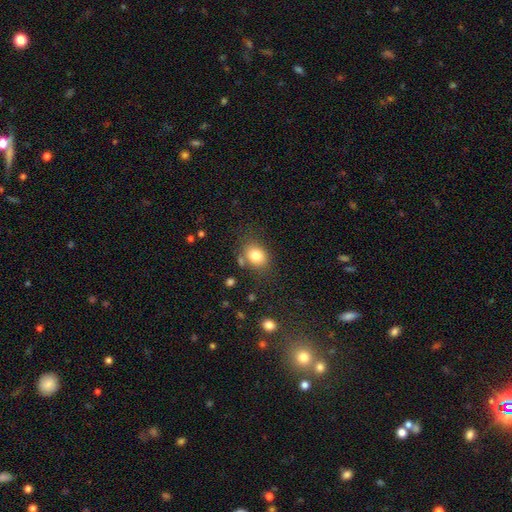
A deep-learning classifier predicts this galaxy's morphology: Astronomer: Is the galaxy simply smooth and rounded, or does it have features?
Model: smooth — 81%.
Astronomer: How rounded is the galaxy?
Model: in between — 53% (runner-up: round, 46%).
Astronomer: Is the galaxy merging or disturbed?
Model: none — 73%.